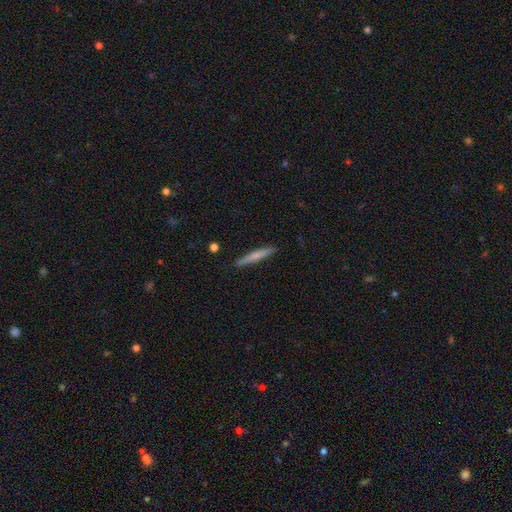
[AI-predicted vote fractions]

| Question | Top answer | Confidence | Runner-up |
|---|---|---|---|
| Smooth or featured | smooth | 66% | featured or disk (29%) |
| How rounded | cigar-shaped | 95% | in between (4%) |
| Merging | none | 89% | minor disturbance (8%) |